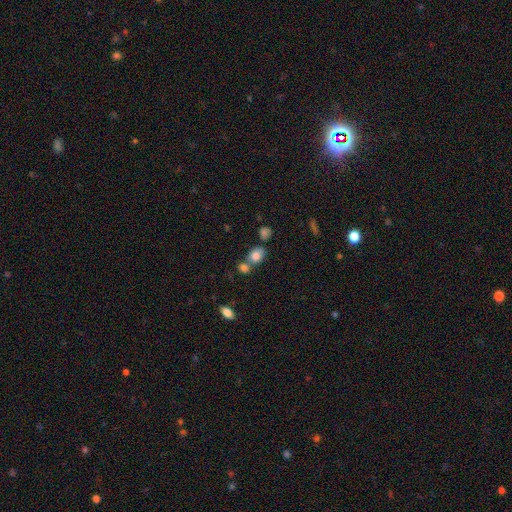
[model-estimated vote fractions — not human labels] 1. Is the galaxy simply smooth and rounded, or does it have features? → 81% smooth, 10% star or artifact, 9% featured or disk.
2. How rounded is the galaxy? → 60% in between, 38% round, 2% cigar-shaped.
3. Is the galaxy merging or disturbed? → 50% none, 34% merger, 12% minor disturbance, 4% major disturbance.